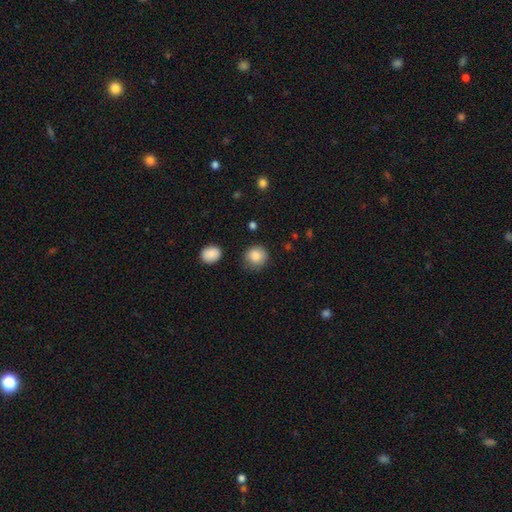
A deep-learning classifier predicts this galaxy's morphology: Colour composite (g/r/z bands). It shows a smooth galaxy with no disk features (87%) that is round (87%). Merging: none (78%).